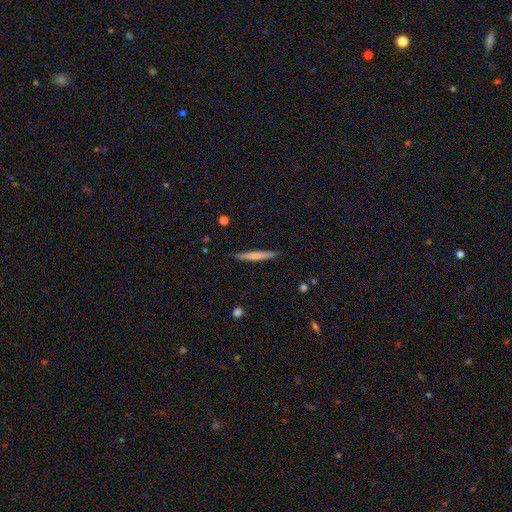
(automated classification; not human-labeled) A smooth galaxy with no disk features (66%) that is cigar-shaped (96%). Merging: none (89%).